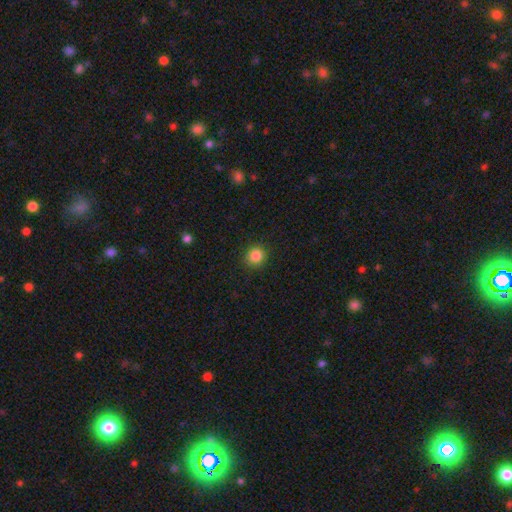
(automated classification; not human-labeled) smooth-or-featured: smooth: 85% | star or artifact: 11% | featured or disk: 4%
  how-rounded: round: 90% | in between: 9% | cigar-shaped: 1%
  merging: none: 91% | minor disturbance: 6% | major disturbance: 2% | merger: 1%